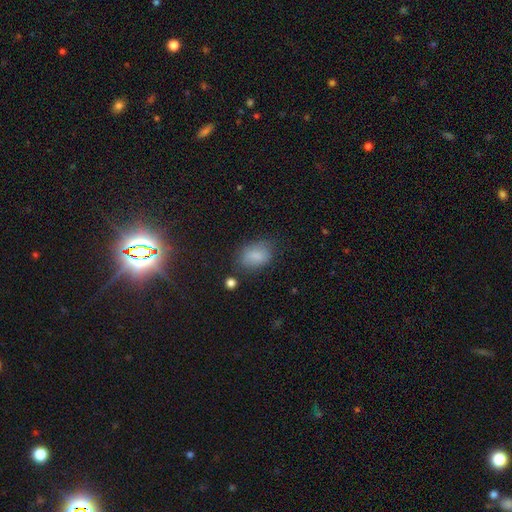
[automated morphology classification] Smooth or featured? Predicted: smooth (p=0.82). How rounded? Predicted: in between (p=0.81). Merging? Predicted: none (p=0.71).